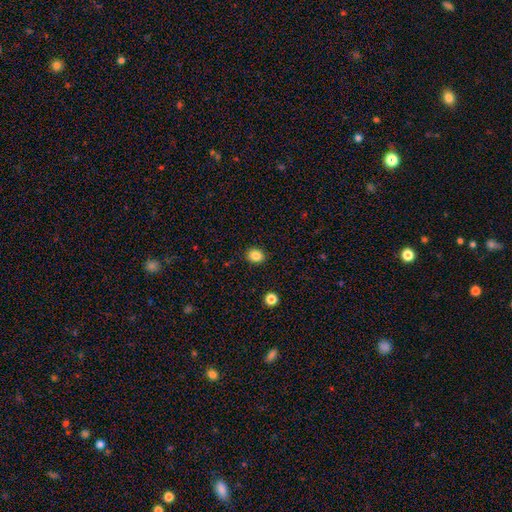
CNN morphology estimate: Smooth or featured? Predicted: smooth (p=0.85). How rounded? Predicted: round (p=0.60). Merging? Predicted: none (p=0.90).